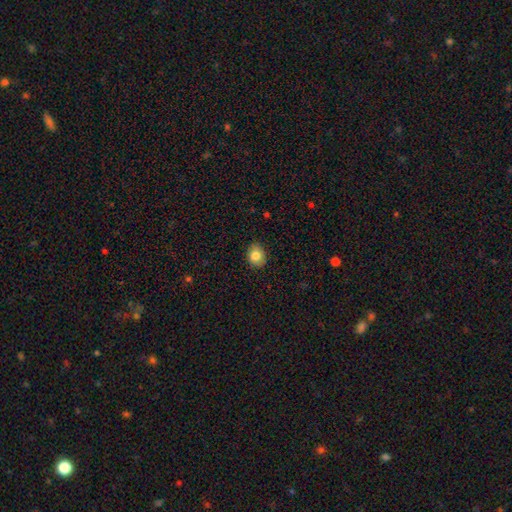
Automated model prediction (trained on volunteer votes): smooth-or-featured: smooth: 83% | star or artifact: 9% | featured or disk: 8%
  how-rounded: round: 57% | in between: 42% | cigar-shaped: 1%
  merging: none: 87% | minor disturbance: 10% | major disturbance: 2% | merger: 1%